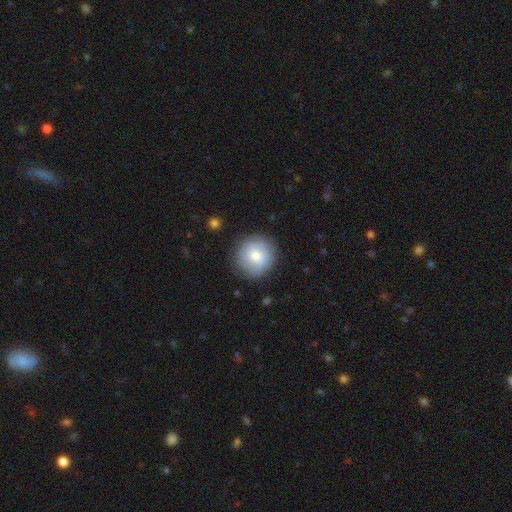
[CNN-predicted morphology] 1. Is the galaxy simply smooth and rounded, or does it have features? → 62% smooth, 31% featured or disk, 7% star or artifact.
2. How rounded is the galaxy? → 94% round, 5% in between, 1% cigar-shaped.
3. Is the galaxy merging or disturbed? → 86% none, 10% minor disturbance, 3% major disturbance, 1% merger.